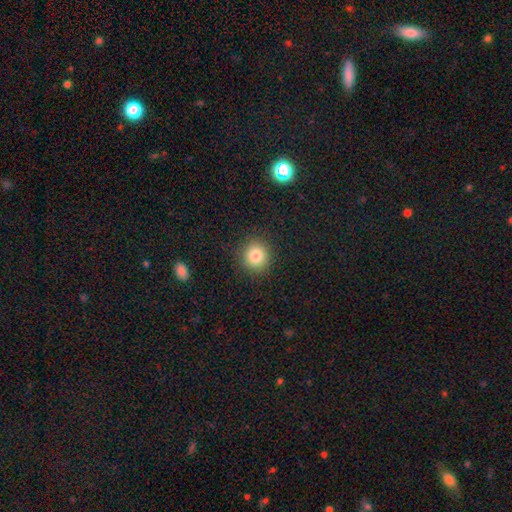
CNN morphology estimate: Smooth or featured: smooth — 83% (star or artifact — 11%)
How rounded: round — 90% (in between — 9%)
Merging: none — 90% (minor disturbance — 7%)